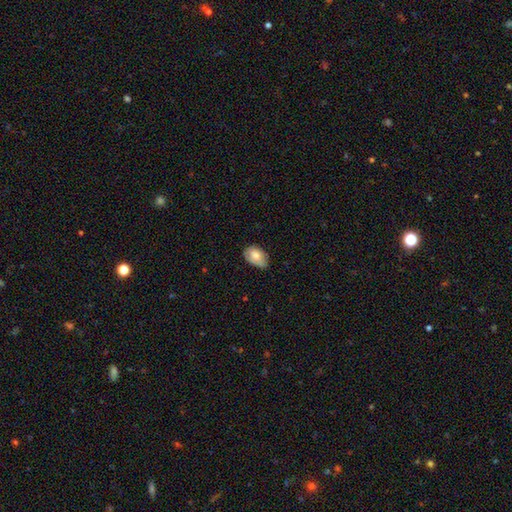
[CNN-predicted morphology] This appears to be a smooth galaxy with no disk features (74%) that is in between round and cigar-shaped (87%). Merging: none (57%).